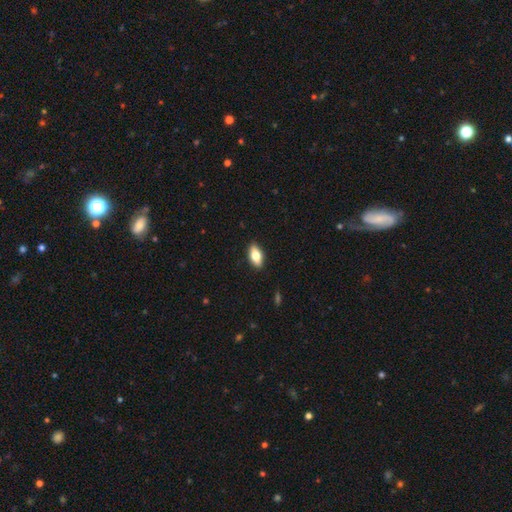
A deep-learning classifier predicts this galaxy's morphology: This appears to be a smooth galaxy with no disk features (73%) that is in between round and cigar-shaped (87%). Merging: none (89%).